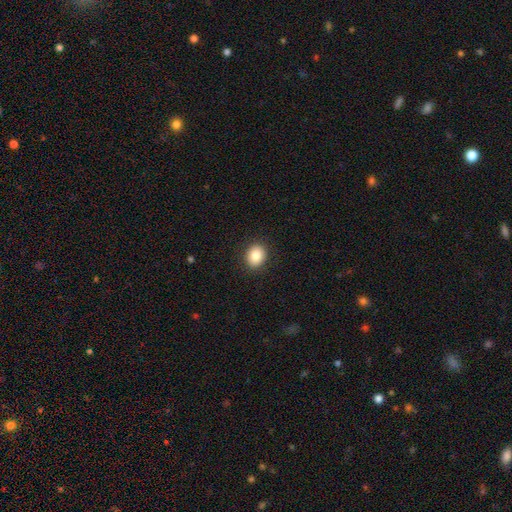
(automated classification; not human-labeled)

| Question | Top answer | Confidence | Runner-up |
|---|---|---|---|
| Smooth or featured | smooth | 85% | star or artifact (9%) |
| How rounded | round | 56% | in between (43%) |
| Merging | none | 90% | minor disturbance (7%) |